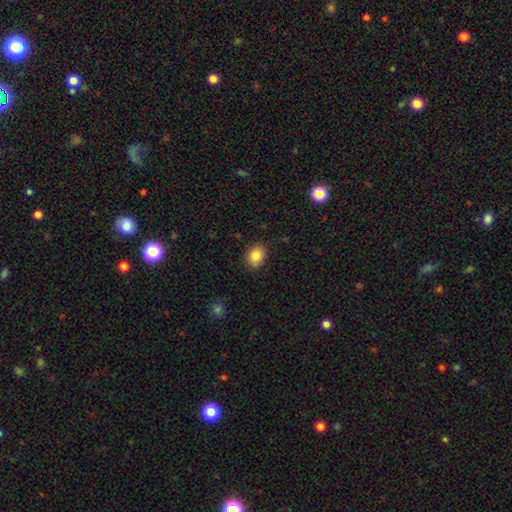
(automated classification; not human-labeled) The model was most divided on "how rounded": round: 52%, in between: 47%, cigar-shaped: 1%. More confident: smooth or featured — smooth (85%); merging — none (85%).